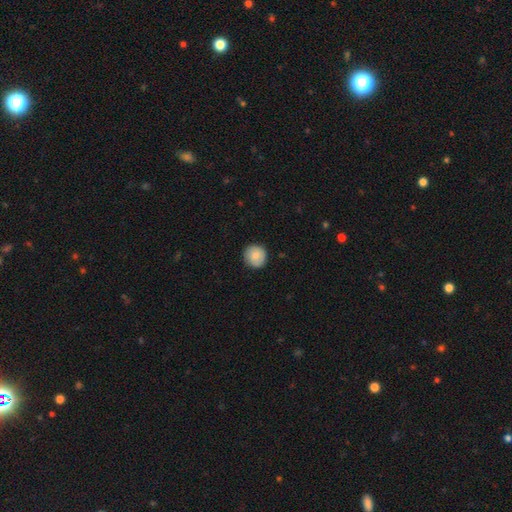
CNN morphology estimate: This is clearly a smooth galaxy (81%). How rounded: clearly round (94%). Merging: clearly none (88%).